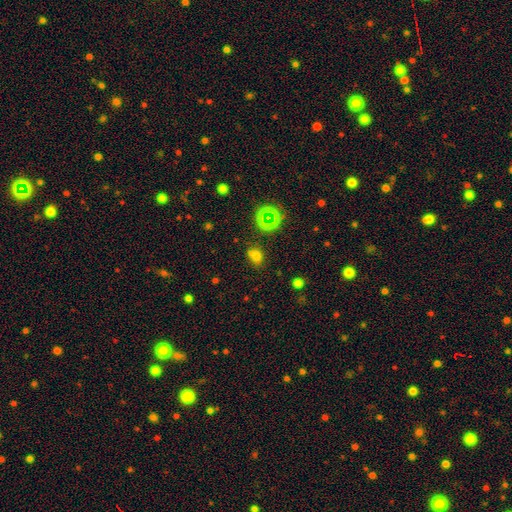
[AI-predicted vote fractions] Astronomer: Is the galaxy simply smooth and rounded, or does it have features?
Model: smooth — 62%.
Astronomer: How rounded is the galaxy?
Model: round — 53% (runner-up: in between, 45%).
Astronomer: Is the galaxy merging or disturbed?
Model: none — 63%.